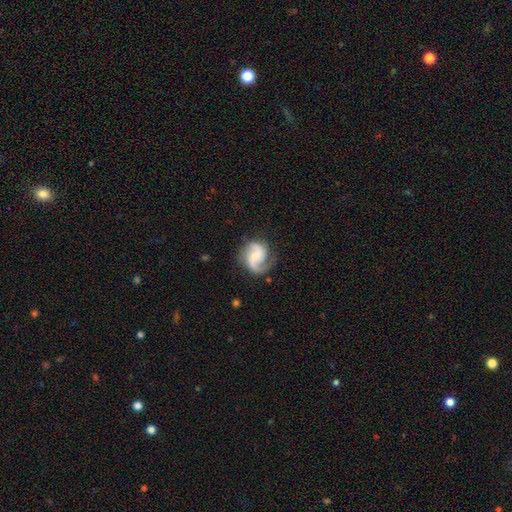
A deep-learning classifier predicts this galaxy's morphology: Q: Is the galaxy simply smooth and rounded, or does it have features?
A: featured or disk — 84%.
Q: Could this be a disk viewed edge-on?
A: no — 98%.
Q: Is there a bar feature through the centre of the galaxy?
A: no — 50%.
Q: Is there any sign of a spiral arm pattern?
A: yes — 97%.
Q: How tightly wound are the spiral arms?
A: medium — 51%.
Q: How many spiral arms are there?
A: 2 — 82%.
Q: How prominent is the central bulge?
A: moderate — 50%.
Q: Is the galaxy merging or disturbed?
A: none — 73%.